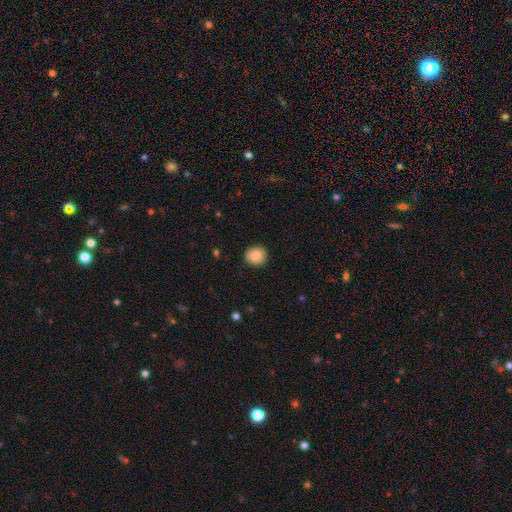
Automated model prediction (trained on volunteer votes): smooth_or_featured: smooth (p=0.80) [alt: featured or disk p=0.13]
how_rounded: round (p=0.83) [alt: in between p=0.16]
merging: none (p=0.87) [alt: minor disturbance p=0.10]